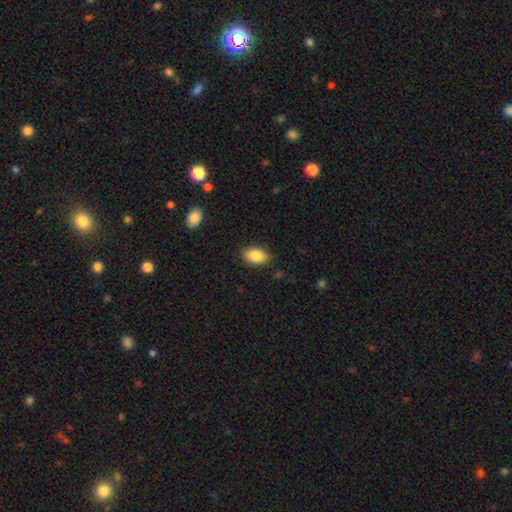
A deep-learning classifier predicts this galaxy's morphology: type=smooth (87%); roundness=in between (89%); merging=none (85%).